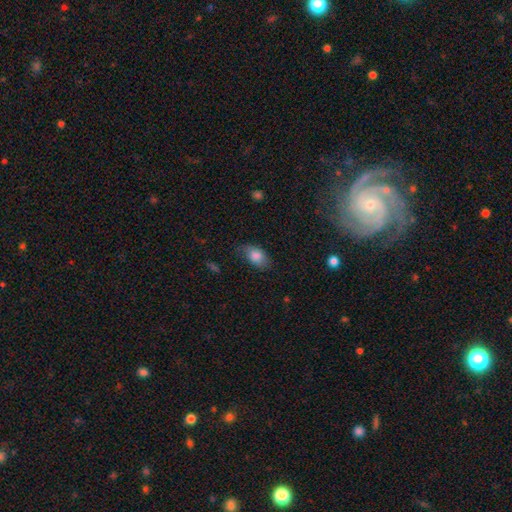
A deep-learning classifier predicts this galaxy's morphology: Overall: smooth (83%). How rounded: in between (89%). Merging: none (70%).